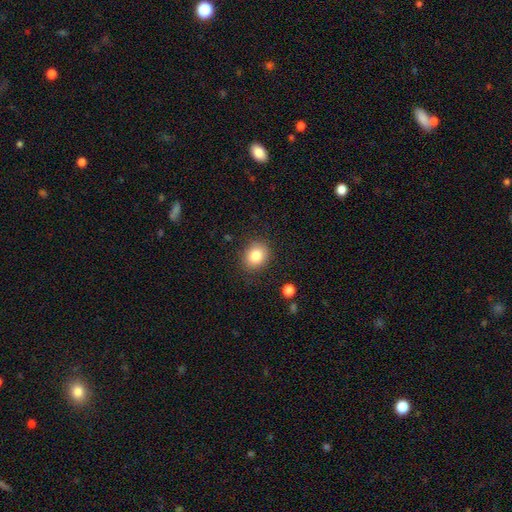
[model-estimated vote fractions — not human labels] Overall: smooth (83%). How rounded: round (68%; in between 31%). Merging: none (85%).